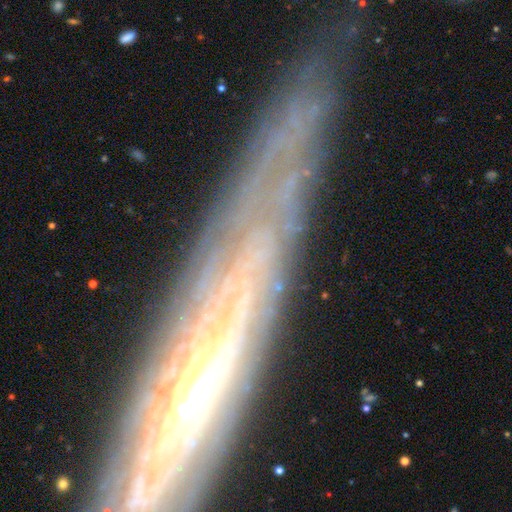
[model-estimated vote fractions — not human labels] Morphology: type=featured or disk (69%); edge-on=yes (66%); merging=none (78%).